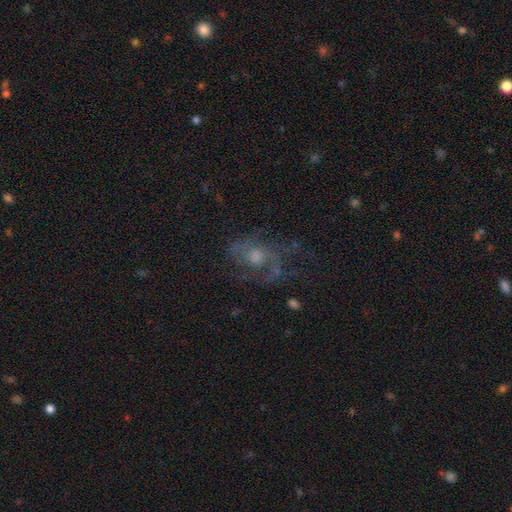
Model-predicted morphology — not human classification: featured or disk 60%, star or artifact 23%, smooth 17%. Down the decision tree: edge-on disk — no (95%); bar — no (75%); spiral arms — yes (77%); bulge size — moderate (56%); merging — none (59%).